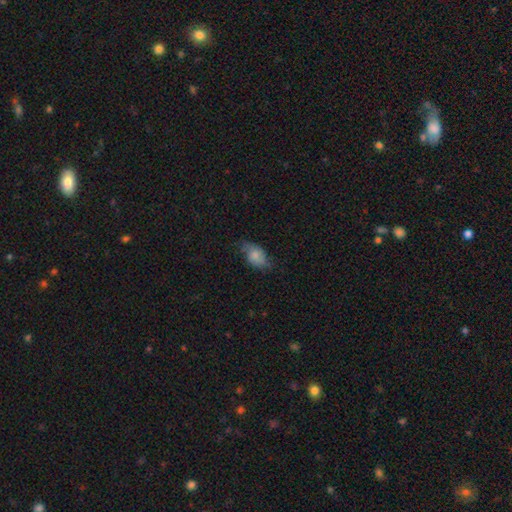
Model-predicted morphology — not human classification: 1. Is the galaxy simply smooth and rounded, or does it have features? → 69% smooth, 22% featured or disk, 8% star or artifact.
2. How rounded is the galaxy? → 87% in between, 11% round, 2% cigar-shaped.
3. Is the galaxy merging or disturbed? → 55% none, 33% minor disturbance, 11% major disturbance, 1% merger.